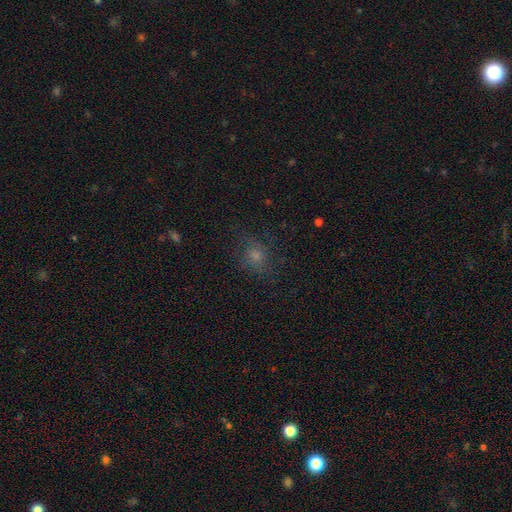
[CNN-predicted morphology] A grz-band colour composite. It shows a smooth galaxy with no disk features (44%). Merging: none (73%).